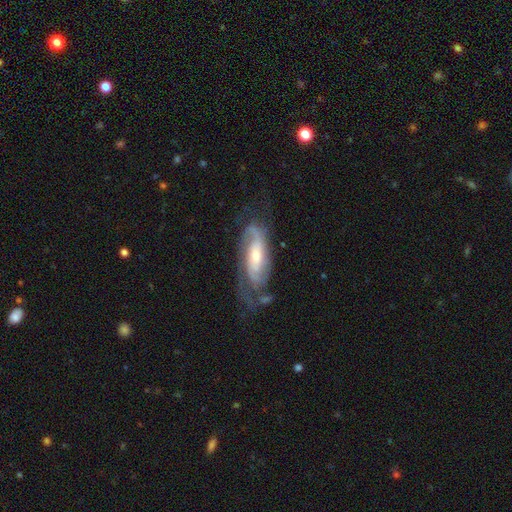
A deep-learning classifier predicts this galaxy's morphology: Smooth or featured? featured or disk (81%)
Edge-on disk? no (90%)
Bar? no (54%)
Spiral arms? yes (93%)
Spiral winding? tight (46%)
Spiral arm count? 2 (58%)
Bulge size? moderate (49%)
Merging? none (56%)